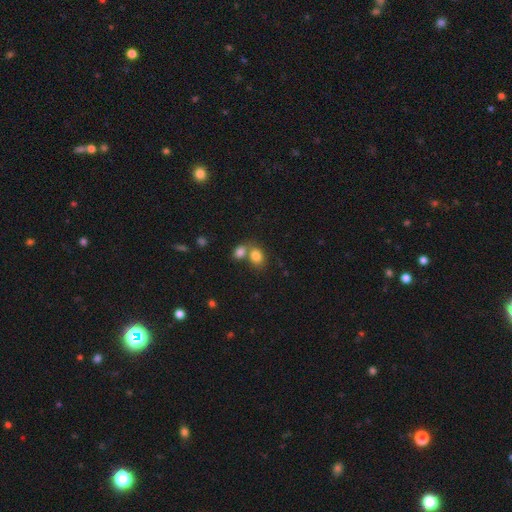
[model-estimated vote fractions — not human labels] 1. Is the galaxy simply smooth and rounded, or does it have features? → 82% smooth, 10% star or artifact, 8% featured or disk.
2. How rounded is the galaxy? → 56% in between, 43% round, 1% cigar-shaped.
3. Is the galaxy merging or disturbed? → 47% merger, 41% none, 9% minor disturbance, 4% major disturbance.